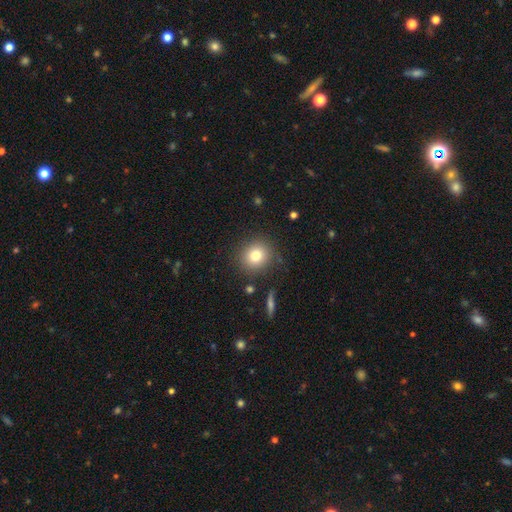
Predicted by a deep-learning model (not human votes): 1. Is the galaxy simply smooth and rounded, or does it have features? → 79% smooth, 12% star or artifact, 10% featured or disk.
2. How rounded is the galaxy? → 86% round, 13% in between, 1% cigar-shaped.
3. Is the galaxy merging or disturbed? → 86% none, 9% minor disturbance, 3% major disturbance, 2% merger.